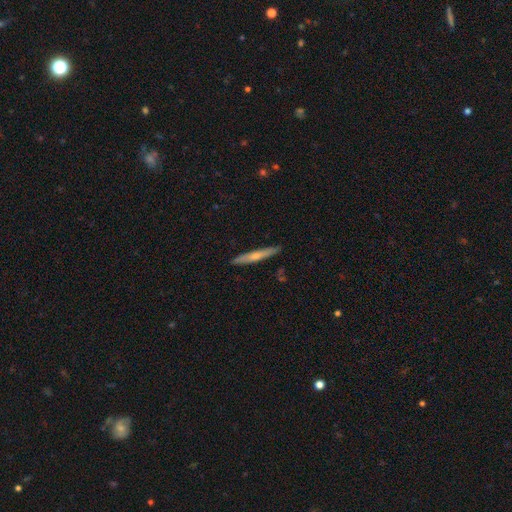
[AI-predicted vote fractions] A smooth galaxy with no disk features (49%).

Vote fractions:
- Smooth or featured? smooth: 49% / featured or disk: 45% / star or artifact: 6%
- Merging? none: 89% / minor disturbance: 8% / major disturbance: 1% / merger: 1%